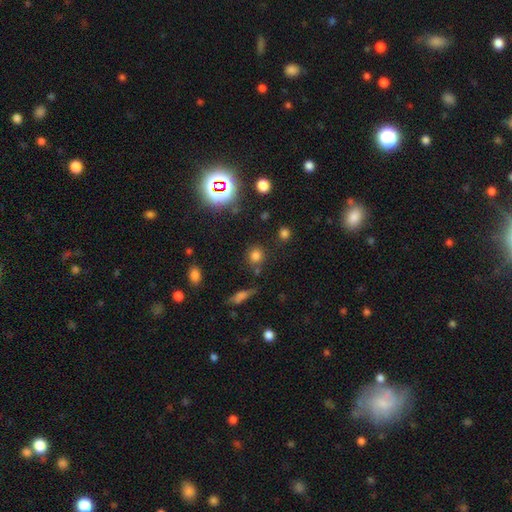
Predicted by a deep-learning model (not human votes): This is likely a smooth galaxy (72%). How rounded: clearly round (85%). Merging: likely none (78%).